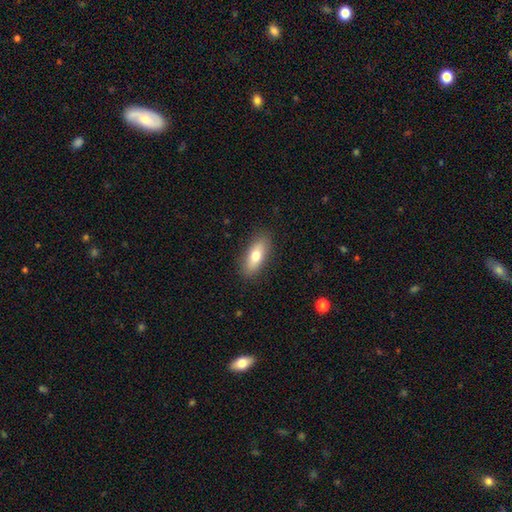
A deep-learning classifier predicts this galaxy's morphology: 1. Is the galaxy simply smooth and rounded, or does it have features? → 74% smooth, 20% featured or disk, 7% star or artifact.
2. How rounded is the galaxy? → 77% in between, 20% cigar-shaped, 3% round.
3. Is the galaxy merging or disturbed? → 87% none, 10% minor disturbance, 2% major disturbance, 1% merger.